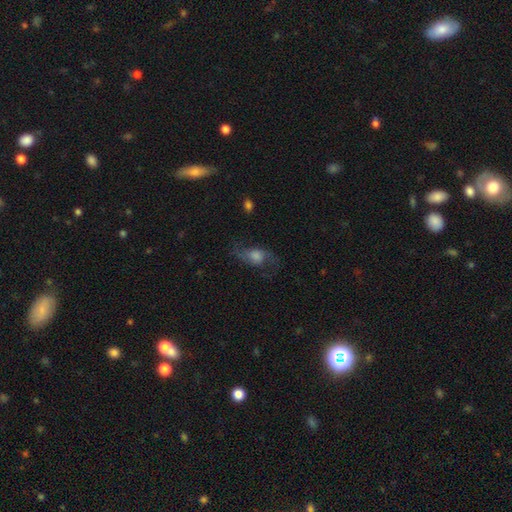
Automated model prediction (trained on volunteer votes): A featured or disk galaxy (64%) with no bar (64%), 2 (90%) loose (74%) spiral arms (90%) and a large central bulge (36%).

Vote fractions:
- Smooth or featured? featured or disk: 64% / smooth: 24% / star or artifact: 12%
- Edge-on disk? no: 89% / yes: 11%
- Bar? no: 64% / weak: 30% / strong: 6%
- Spiral arms? yes: 90% / no: 10%
- Spiral winding? loose: 74% / medium: 21% / tight: 5%
- Spiral arm count? 2: 90% / can't tell: 4% / 1: 3% / 3: 1% / 4: 1% / more than 4: 1%
- Bulge size? large: 36% / moderate: 32% / small: 14% / none: 10% / dominant: 8%
- Merging? none: 66% / minor disturbance: 17% / major disturbance: 15% / merger: 2%